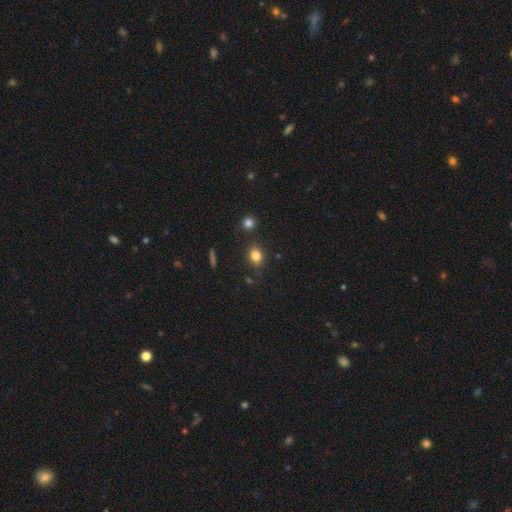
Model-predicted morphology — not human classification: A smooth galaxy with no disk features (81%) that is in between round and cigar-shaped (56%).

Vote fractions:
- Smooth or featured? smooth: 81% / star or artifact: 11% / featured or disk: 7%
- How rounded? in between: 56% / round: 42% / cigar-shaped: 2%
- Merging? none: 80% / minor disturbance: 12% / merger: 5% / major disturbance: 3%